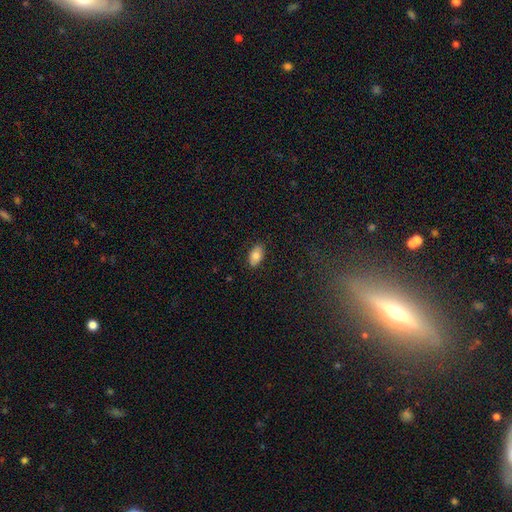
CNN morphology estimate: type=smooth (80%); roundness=in between (93%); merging=none (86%).